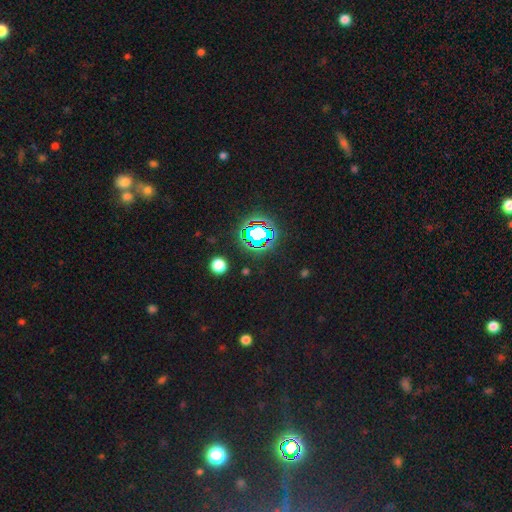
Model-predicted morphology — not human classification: Smooth or featured? Predicted: star or artifact (p=0.77).